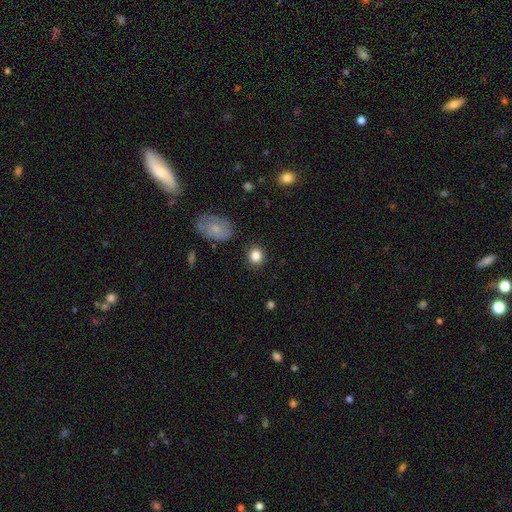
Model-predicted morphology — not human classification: smooth_or_featured: smooth (p=0.84) [alt: star or artifact p=0.10]
how_rounded: round (p=0.80) [alt: in between p=0.19]
merging: none (p=0.88) [alt: minor disturbance p=0.08]